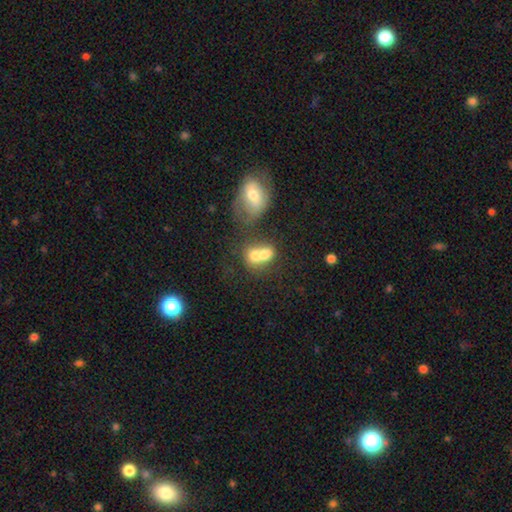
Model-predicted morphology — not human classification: Q: Smooth or featured?
A: smooth (68%); runner-up: featured or disk (23%)
Q: How rounded?
A: in between (50%); runner-up: round (49%)
Q: Merging?
A: merger (71%); runner-up: none (17%)